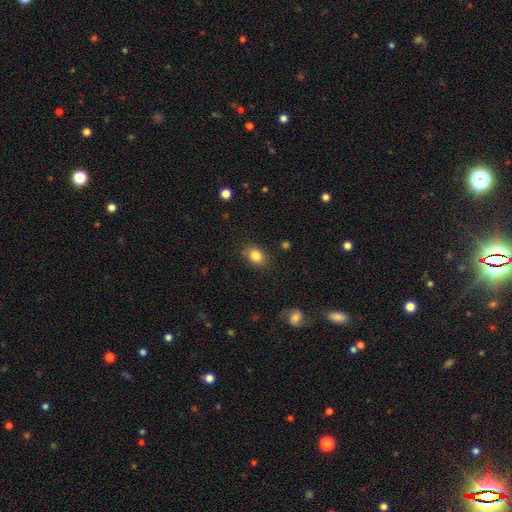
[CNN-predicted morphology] smooth-or-featured: smooth: 84% | star or artifact: 9% | featured or disk: 7%
  how-rounded: in between: 69% | round: 30% | cigar-shaped: 1%
  merging: none: 83% | minor disturbance: 13% | major disturbance: 3% | merger: 2%